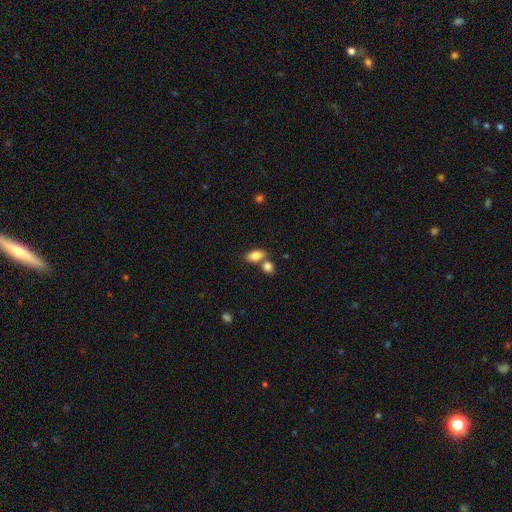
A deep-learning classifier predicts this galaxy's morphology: Smooth or featured: smooth — 84% (featured or disk — 8%)
How rounded: in between — 87% (round — 10%)
Merging: none — 54% (merger — 32%)